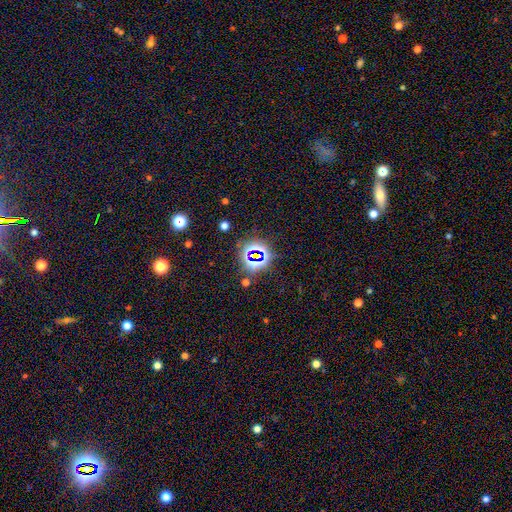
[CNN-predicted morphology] type=star or artifact (76%).